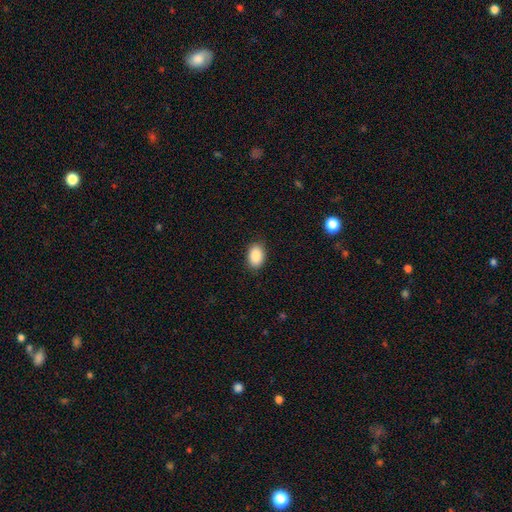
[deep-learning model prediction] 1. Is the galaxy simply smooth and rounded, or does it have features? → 89% smooth, 7% star or artifact, 4% featured or disk.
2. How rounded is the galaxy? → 85% in between, 14% round, 1% cigar-shaped.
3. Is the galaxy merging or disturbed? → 87% none, 10% minor disturbance, 2% major disturbance, 1% merger.